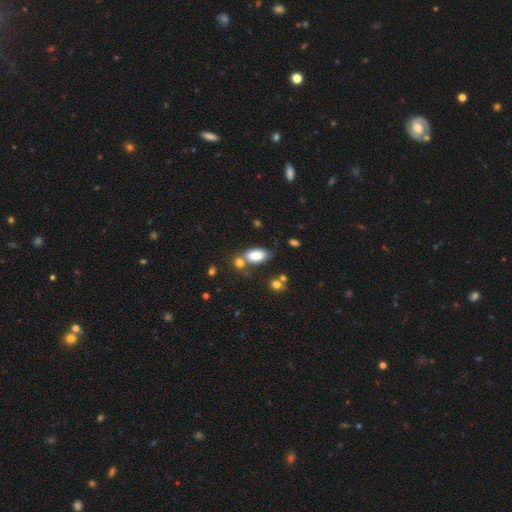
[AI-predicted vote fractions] This appears to be a smooth galaxy with no disk features (82%) that is in between round and cigar-shaped (91%). Merging: none (56%).